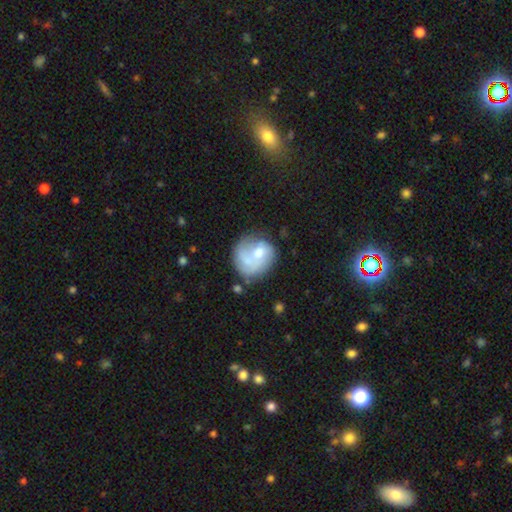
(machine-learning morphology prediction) The model was most divided on "smooth or featured": smooth: 49%, featured or disk: 44%, star or artifact: 7%. Remaining: merging — none (48%).